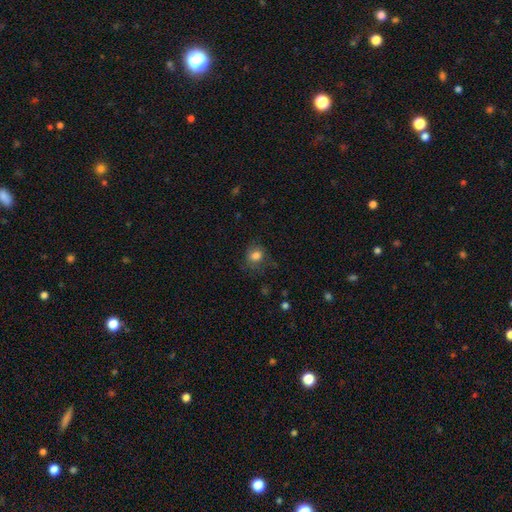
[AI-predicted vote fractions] A smooth galaxy with no disk features (81%) that is round (71%).

Vote fractions:
- Smooth or featured? smooth: 81% / star or artifact: 11% / featured or disk: 8%
- How rounded? round: 71% / in between: 28% / cigar-shaped: 1%
- Merging? none: 67% / minor disturbance: 21% / major disturbance: 11% / merger: 1%